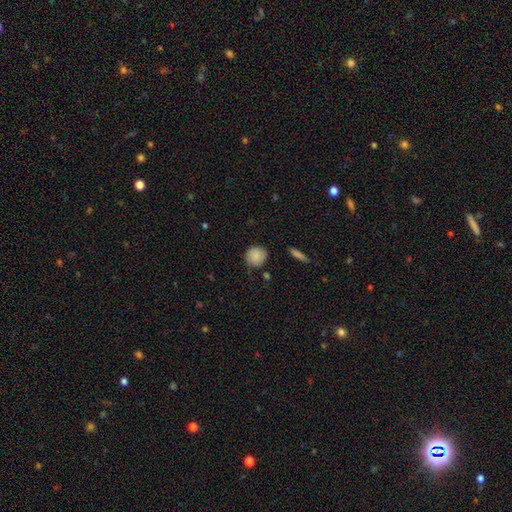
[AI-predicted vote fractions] smooth 86%, star or artifact 7%, featured or disk 7%. Down the decision tree: how rounded — round (87%); merging — none (79%).